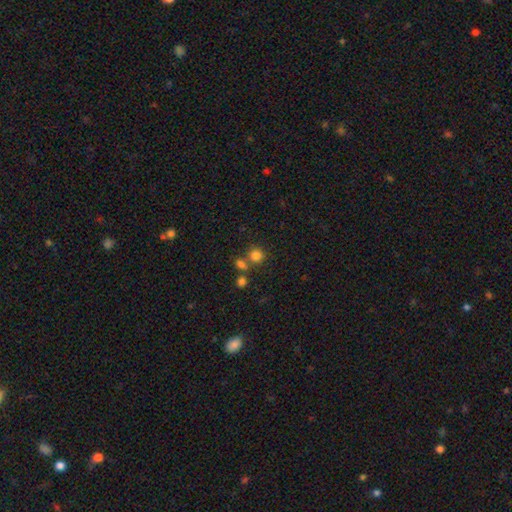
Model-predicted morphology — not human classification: type=smooth (79%); roundness=round (89%); merging=none (65%).